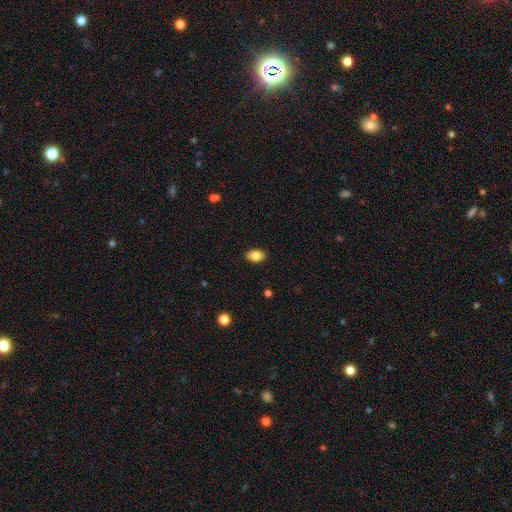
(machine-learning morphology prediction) Q: Smooth or featured?
A: smooth (85%); runner-up: star or artifact (8%)
Q: How rounded?
A: in between (86%); runner-up: round (13%)
Q: Merging?
A: none (89%); runner-up: minor disturbance (8%)